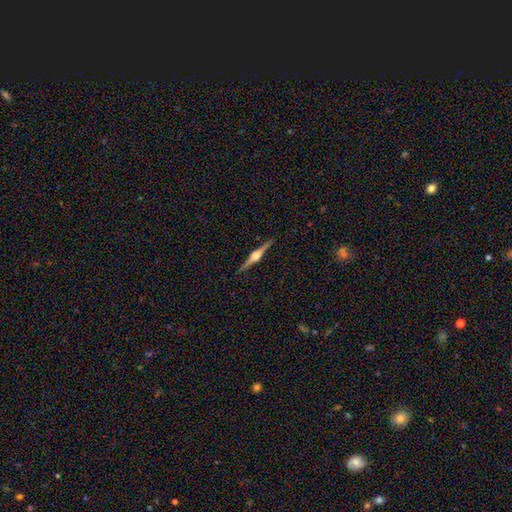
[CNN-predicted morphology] smooth_or_featured: featured or disk (p=0.85) [alt: smooth p=0.09]
disk_edge_on: yes (p=0.99) [alt: no p=0.01]
edge_on_bulge: rounded (p=0.91) [alt: boxy p=0.07]
merging: none (p=0.92) [alt: minor disturbance p=0.06]